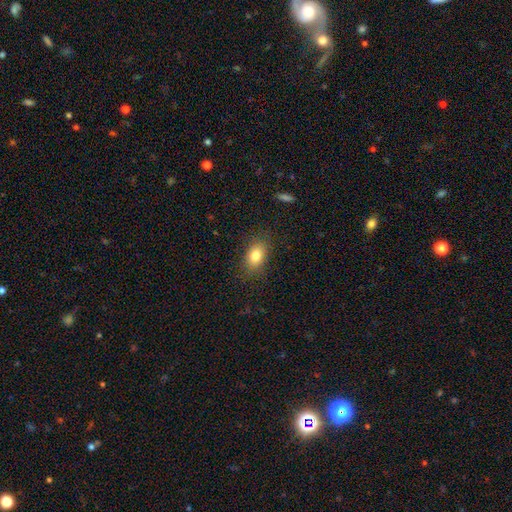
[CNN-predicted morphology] smooth 82%, featured or disk 9%, star or artifact 9%. Down the decision tree: how rounded — in between (84%); merging — none (84%).